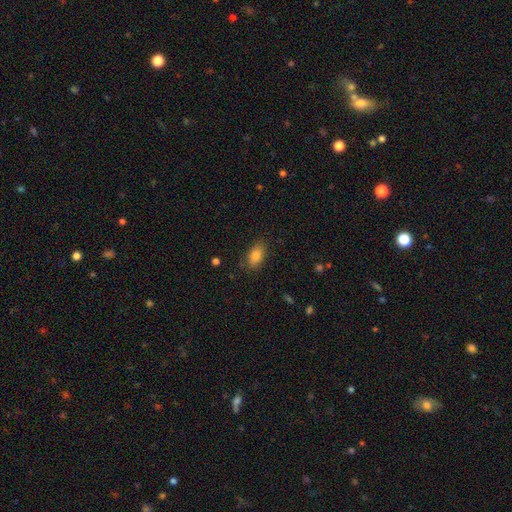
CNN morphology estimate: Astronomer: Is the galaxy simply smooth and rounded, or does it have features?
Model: smooth — 83%.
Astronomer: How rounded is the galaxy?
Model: in between — 88%.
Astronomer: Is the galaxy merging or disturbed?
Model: none — 81%.